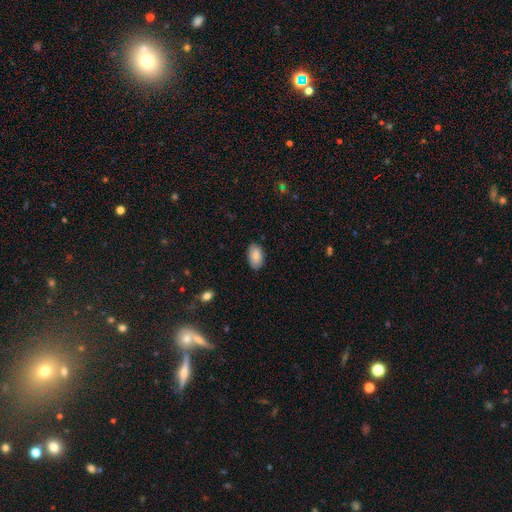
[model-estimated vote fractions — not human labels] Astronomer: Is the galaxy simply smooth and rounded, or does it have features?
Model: smooth — 86%.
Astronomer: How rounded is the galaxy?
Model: in between — 94%.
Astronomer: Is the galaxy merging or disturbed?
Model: none — 84%.